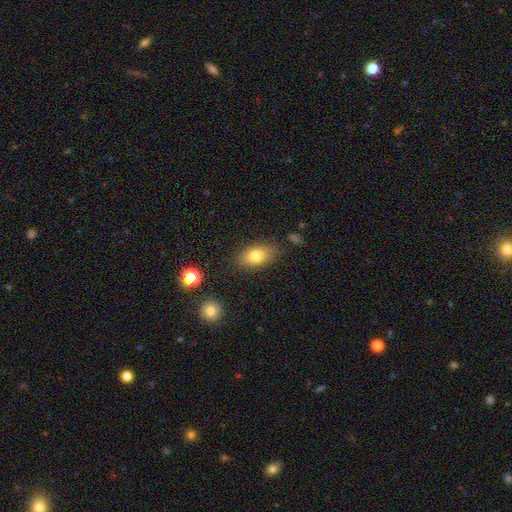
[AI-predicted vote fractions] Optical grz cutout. It shows a smooth galaxy with no disk features (78%) that is in between round and cigar-shaped (87%). Merging: none (82%).